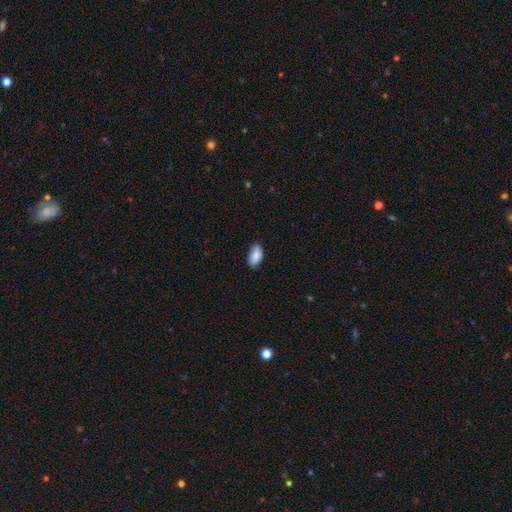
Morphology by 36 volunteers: A smooth galaxy with no disk features (78%) that is in between round and cigar-shaped (89%).

Vote fractions:
- Smooth or featured? smooth: 78% / featured or disk: 17% / star or artifact: 6%
- How rounded? in between: 89% / round: 7% / cigar-shaped: 4%
- Merging? none: 50% / minor disturbance: 47% / major disturbance: 3% / merger: 0%